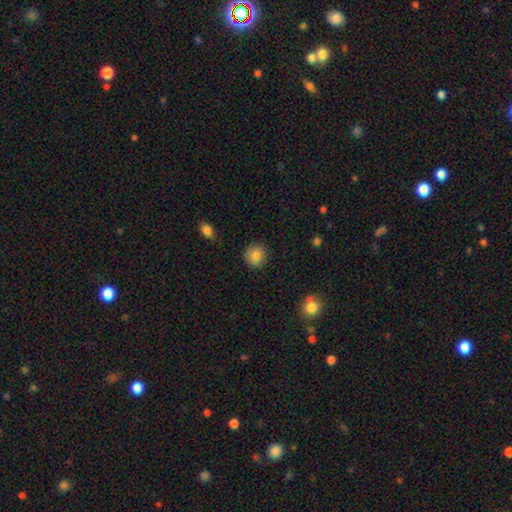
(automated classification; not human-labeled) The model was most divided on "smooth or featured": smooth: 84%, star or artifact: 9%, featured or disk: 7%. More confident: how rounded — round (91%); merging — none (89%).